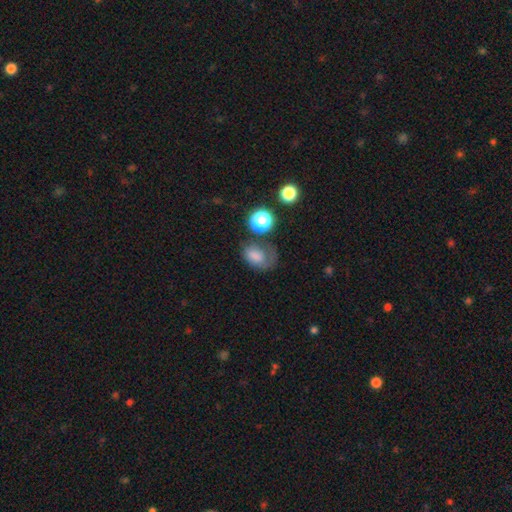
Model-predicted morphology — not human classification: smooth-or-featured: smooth: 72% | featured or disk: 15% | star or artifact: 13%
  how-rounded: in between: 69% | round: 30% | cigar-shaped: 1%
  merging: none: 36% | minor disturbance: 28% | major disturbance: 27% | merger: 9%